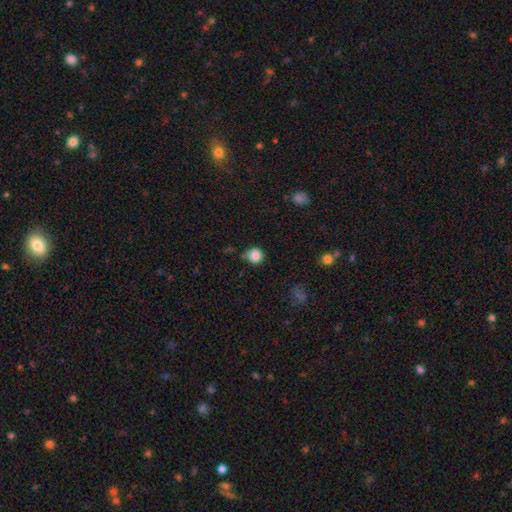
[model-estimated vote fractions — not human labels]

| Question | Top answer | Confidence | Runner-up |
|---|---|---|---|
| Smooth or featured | smooth | 85% | star or artifact (11%) |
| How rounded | round | 92% | in between (7%) |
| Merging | none | 77% | minor disturbance (15%) |